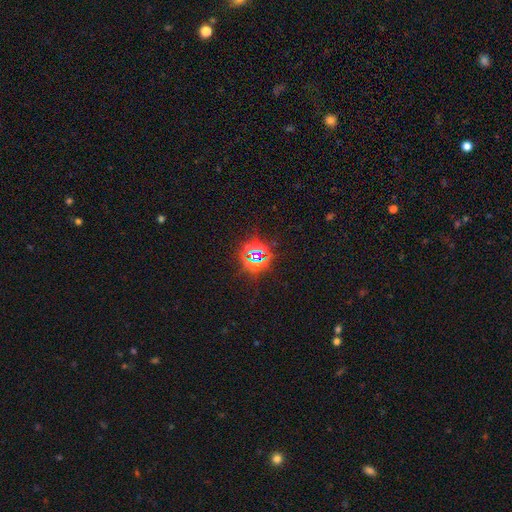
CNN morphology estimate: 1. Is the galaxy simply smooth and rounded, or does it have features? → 77% star or artifact, 14% smooth, 9% featured or disk.